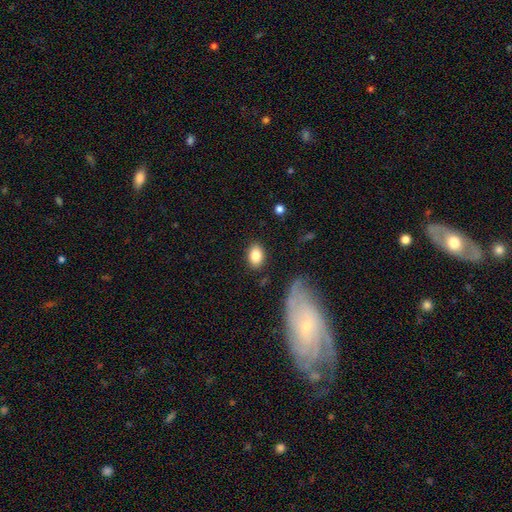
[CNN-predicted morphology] Overall: smooth (83%). How rounded: in between (82%). Merging: none (85%).